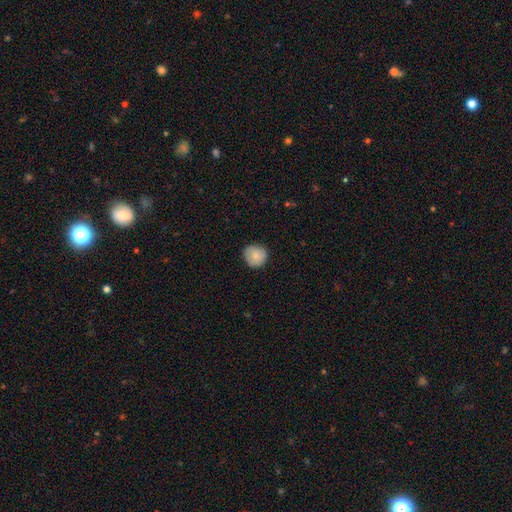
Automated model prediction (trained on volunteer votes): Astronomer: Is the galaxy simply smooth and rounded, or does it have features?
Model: smooth — 82%.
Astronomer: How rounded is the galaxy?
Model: round — 93%.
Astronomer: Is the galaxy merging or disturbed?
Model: none — 85%.